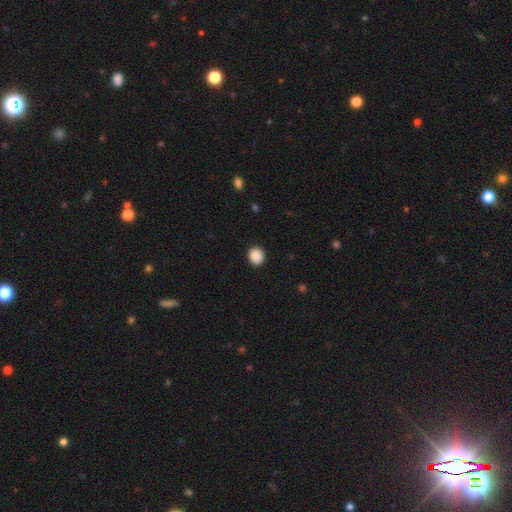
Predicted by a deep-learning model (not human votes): Smooth or featured?
  - smooth: 89% *
  - star or artifact: 8%
  - featured or disk: 2%
How rounded?
  - round: 83% *
  - in between: 16%
  - cigar-shaped: 1%
Merging?
  - none: 91% *
  - minor disturbance: 6%
  - major disturbance: 2%
  - merger: 1%